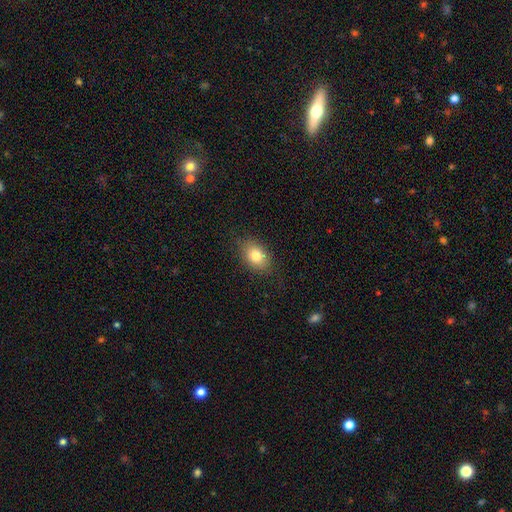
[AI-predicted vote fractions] Smooth or featured? Predicted: smooth (p=0.79). How rounded? Predicted: in between (p=0.78). Merging? Predicted: none (p=0.83).